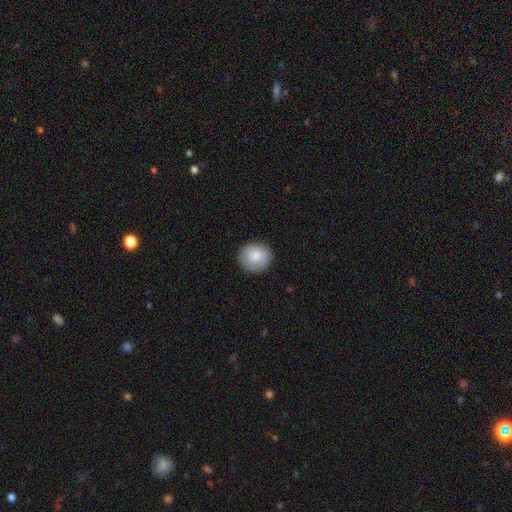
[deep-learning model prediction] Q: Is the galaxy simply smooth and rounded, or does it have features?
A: smooth — 85%.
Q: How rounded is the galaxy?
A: round — 86%.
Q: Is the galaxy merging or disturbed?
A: none — 86%.